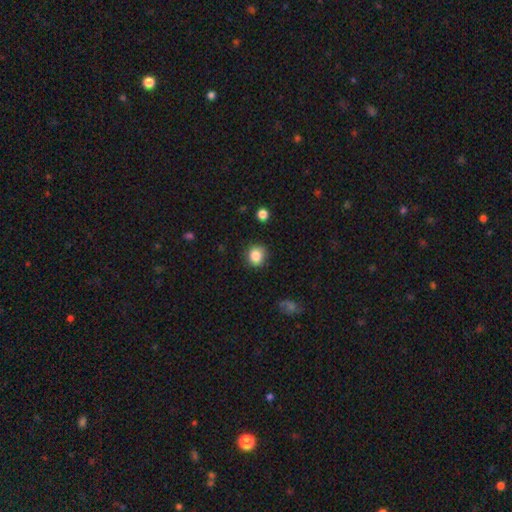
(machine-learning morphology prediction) Smooth or featured: smooth — 85% (star or artifact — 10%)
How rounded: round — 77% (in between — 22%)
Merging: none — 84% (minor disturbance — 11%)